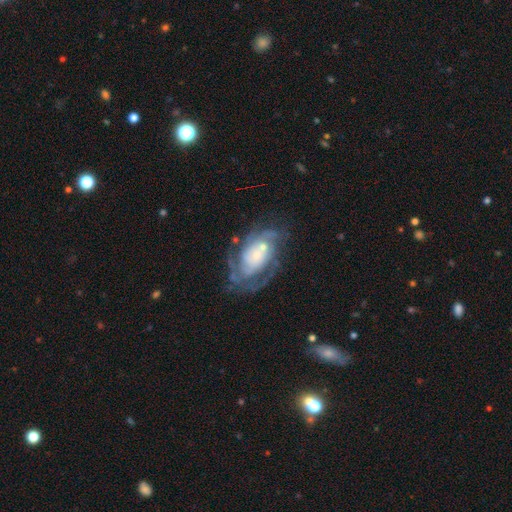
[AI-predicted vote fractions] This is likely a featured or disk galaxy (80%). It is clearly not viewed edge-on (96%). Bar: likely no (73%). Spiral arm pattern: clearly yes (89%). Spiral arm count: marginally can't tell (37%). Spiral winding: possibly tight (55%). Central bulge: possibly small (56%). Merging: possibly none (57%).